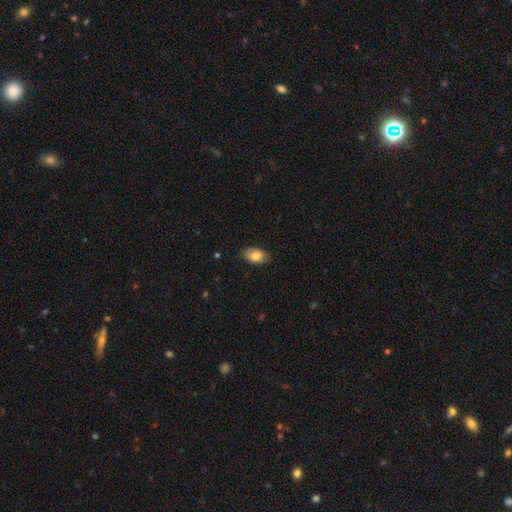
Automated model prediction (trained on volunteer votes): smooth-or-featured: smooth: 82% | featured or disk: 11% | star or artifact: 7%
  how-rounded: in between: 91% | round: 7% | cigar-shaped: 2%
  merging: none: 83% | minor disturbance: 14% | major disturbance: 2% | merger: 1%